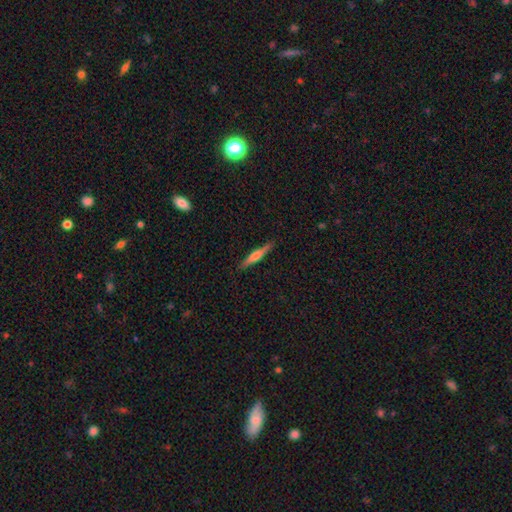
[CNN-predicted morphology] type=featured or disk (52%); edge-on=yes (97%); edge-on bulge=rounded (76%); merging=none (89%).